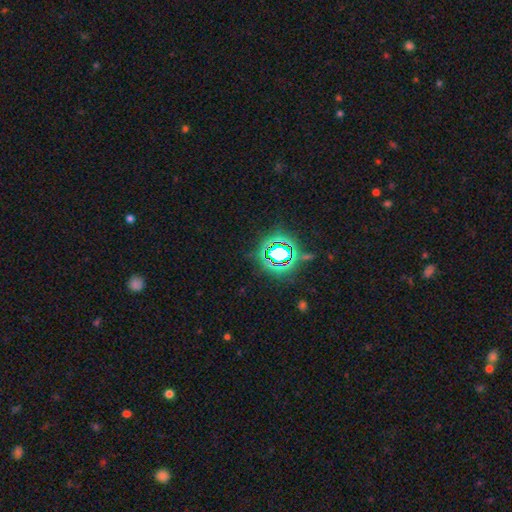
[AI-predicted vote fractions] Smooth or featured? Predicted: star or artifact (p=0.81).